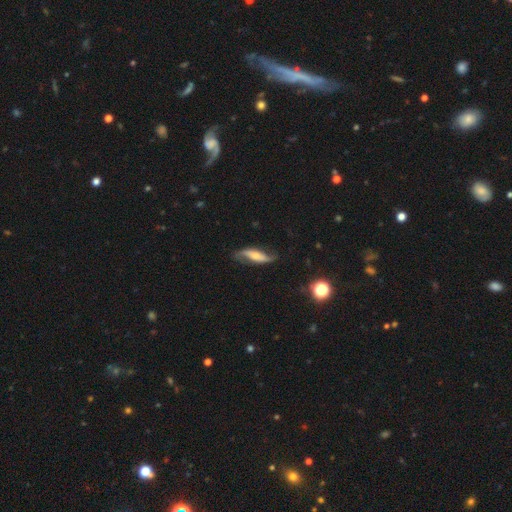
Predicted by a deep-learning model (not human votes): A featured or disk galaxy (73%) with no bar (41%), 2 (90%) loose (79%) spiral arms (91%) and a moderate central bulge (43%).

Vote fractions:
- Smooth or featured? featured or disk: 73% / smooth: 21% / star or artifact: 6%
- Edge-on disk? no: 81% / yes: 19%
- Bar? no: 41% / weak: 30% / strong: 30%
- Spiral arms? yes: 91% / no: 9%
- Spiral winding? loose: 79% / medium: 15% / tight: 6%
- Spiral arm count? 2: 90% / can't tell: 4% / 1: 4% / 3: 1% / 4: 1% / more than 4: 1%
- Bulge size? moderate: 43% / small: 41% / large: 7% / none: 7% / dominant: 2%
- Merging? none: 70% / minor disturbance: 20% / major disturbance: 8% / merger: 2%